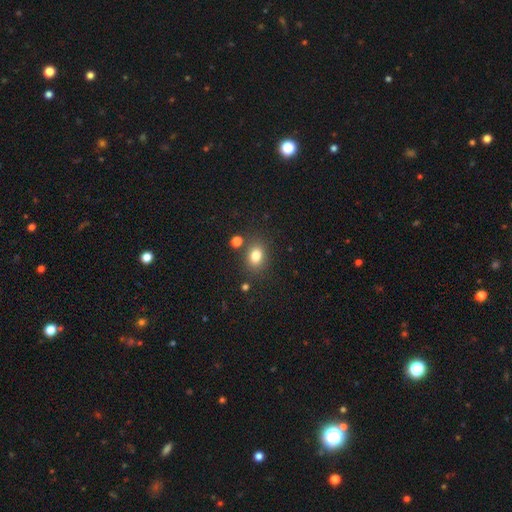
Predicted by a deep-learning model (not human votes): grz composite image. It shows a smooth galaxy with no disk features (80%) that is in between round and cigar-shaped (59%). Merging: none (77%).